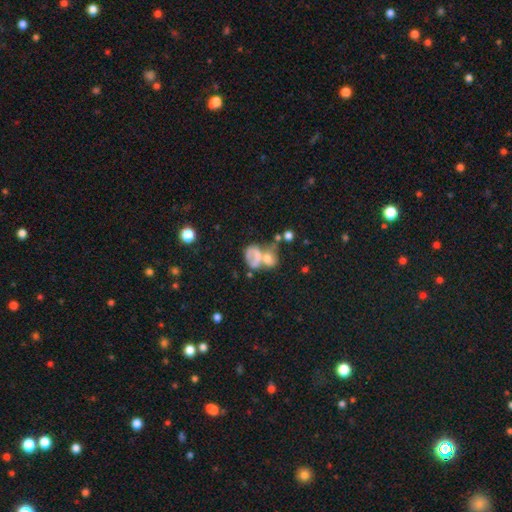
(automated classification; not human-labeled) Morphology: type=smooth (50%); roundness=in between (66%); merging=merger (51%).